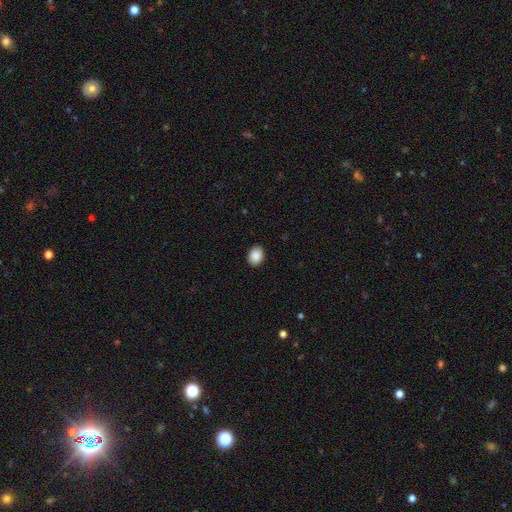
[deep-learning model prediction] Smooth or featured? Predicted: smooth (p=0.90). How rounded? Predicted: in between (p=0.56). Merging? Predicted: none (p=0.91).